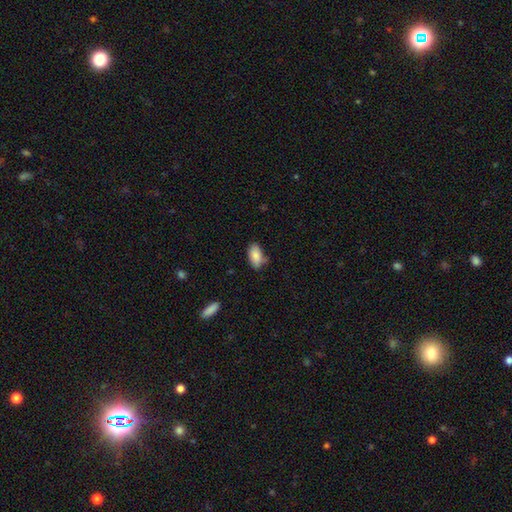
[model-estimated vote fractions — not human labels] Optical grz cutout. It shows a smooth galaxy with no disk features (85%) that is in between round and cigar-shaped (93%). Merging: none (69%).